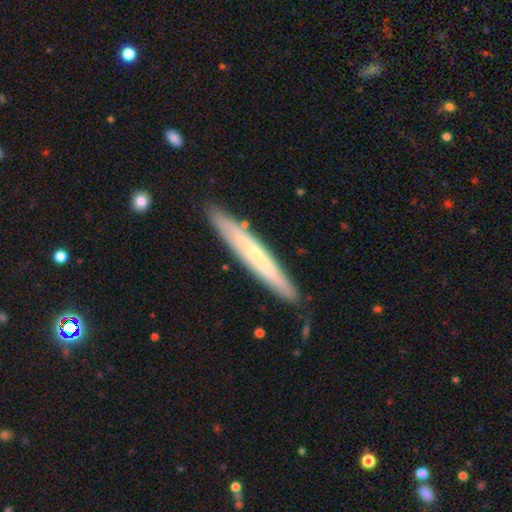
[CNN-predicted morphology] Overall: featured or disk (54%; smooth 40%). Edge-on disk: yes (85%). Merging: none (87%).